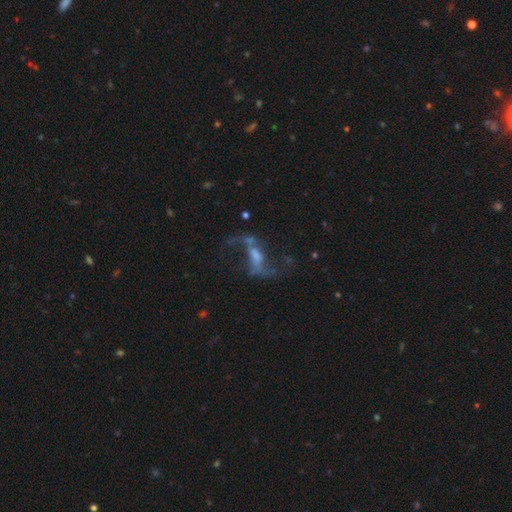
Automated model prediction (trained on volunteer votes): Morphology: type=featured or disk (80%); edge-on=no (94%); bar=weak (44%); spiral arms=yes (88%); winding=loose (86%); arm count=2 (91%); bulge=small (32%); merging=none (56%).